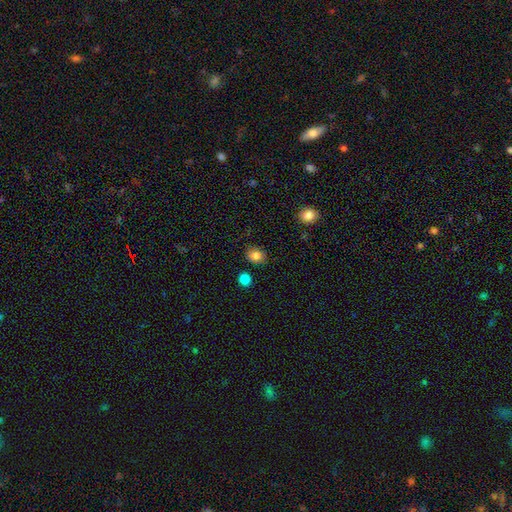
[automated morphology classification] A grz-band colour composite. It shows a smooth galaxy with no disk features (83%) that is round (64%). Merging: none (86%).